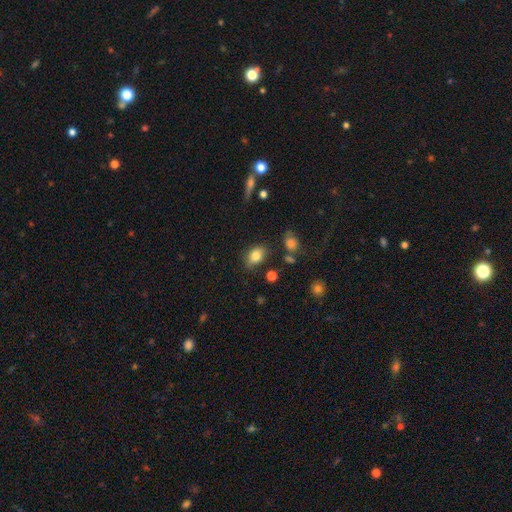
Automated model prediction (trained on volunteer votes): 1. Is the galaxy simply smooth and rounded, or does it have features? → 80% smooth, 10% featured or disk, 10% star or artifact.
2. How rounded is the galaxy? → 77% in between, 21% round, 2% cigar-shaped.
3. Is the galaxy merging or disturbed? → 74% none, 18% minor disturbance, 4% major disturbance, 4% merger.